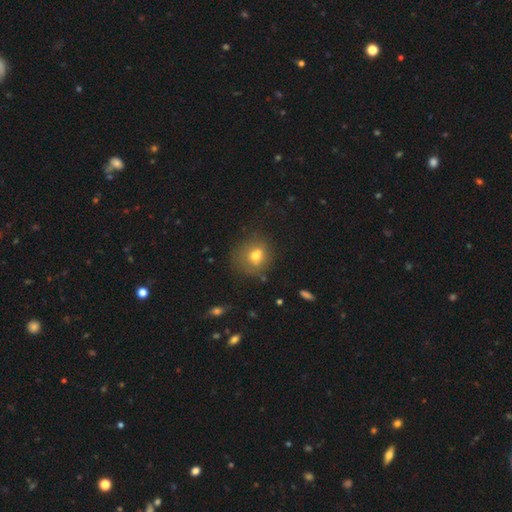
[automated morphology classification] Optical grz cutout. It shows a smooth galaxy with no disk features (68%) that is round (70%). Merging: none (53%).